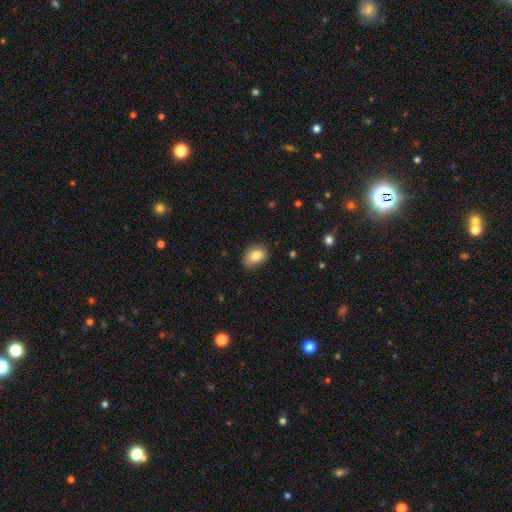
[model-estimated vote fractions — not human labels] A smooth galaxy with no disk features (82%) that is in between round and cigar-shaped (74%). Merging: none (76%).